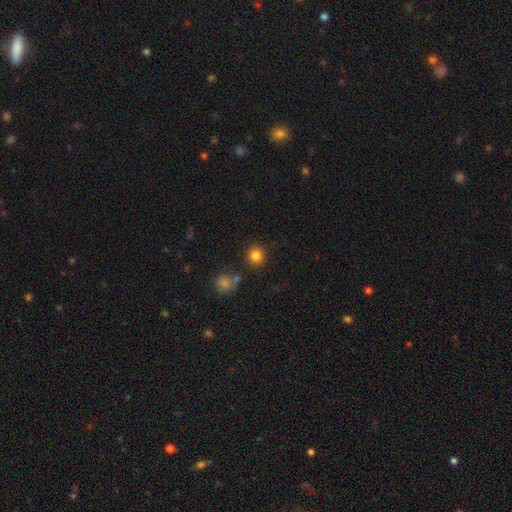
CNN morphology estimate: Q: Smooth or featured?
A: smooth (84%); runner-up: star or artifact (11%)
Q: How rounded?
A: round (92%); runner-up: in between (7%)
Q: Merging?
A: none (86%); runner-up: minor disturbance (7%)